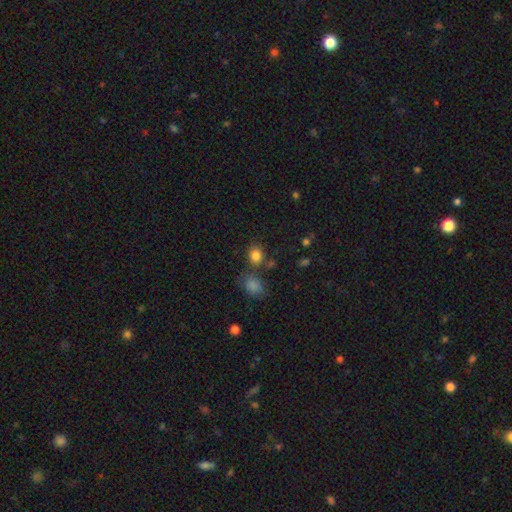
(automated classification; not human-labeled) smooth-or-featured: smooth: 83% | star or artifact: 12% | featured or disk: 5%
  how-rounded: round: 61% | in between: 38% | cigar-shaped: 1%
  merging: none: 70% | merger: 13% | minor disturbance: 12% | major disturbance: 5%